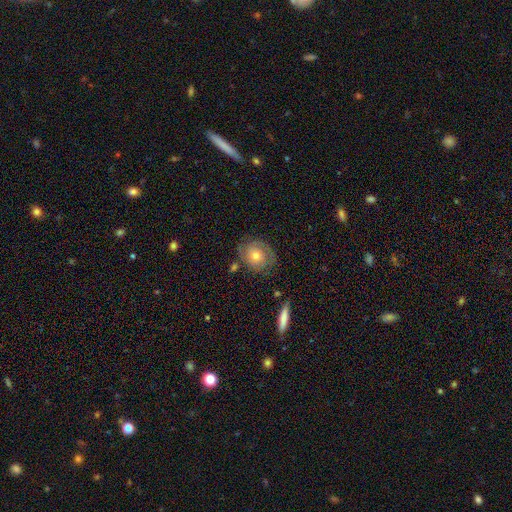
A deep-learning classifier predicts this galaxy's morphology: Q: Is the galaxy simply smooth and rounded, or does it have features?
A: featured or disk — 59%.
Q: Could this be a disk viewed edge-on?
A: no — 96%.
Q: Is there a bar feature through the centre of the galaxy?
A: no — 81%.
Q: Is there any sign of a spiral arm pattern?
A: yes — 84%.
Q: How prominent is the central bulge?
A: moderate — 61%.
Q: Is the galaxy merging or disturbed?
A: none — 74%.